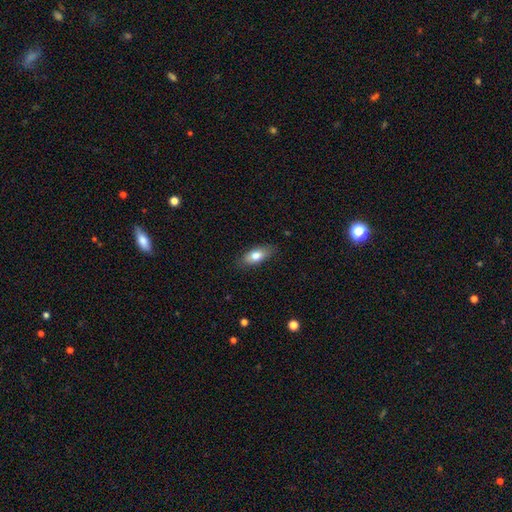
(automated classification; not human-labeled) Smooth or featured? Predicted: smooth (p=0.78). How rounded? Predicted: in between (p=0.83). Merging? Predicted: none (p=0.83).